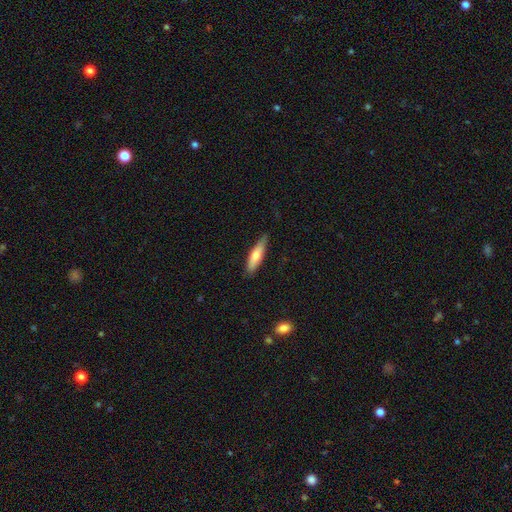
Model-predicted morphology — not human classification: Smooth or featured: smooth — 69% (featured or disk — 25%)
How rounded: cigar-shaped — 73% (in between — 25%)
Merging: none — 80% (minor disturbance — 16%)